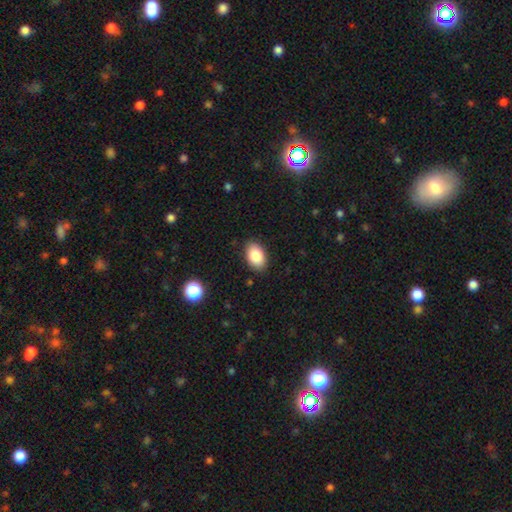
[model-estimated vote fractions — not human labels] This appears to be a smooth galaxy with no disk features (85%) that is in between round and cigar-shaped (90%). Merging: none (88%).